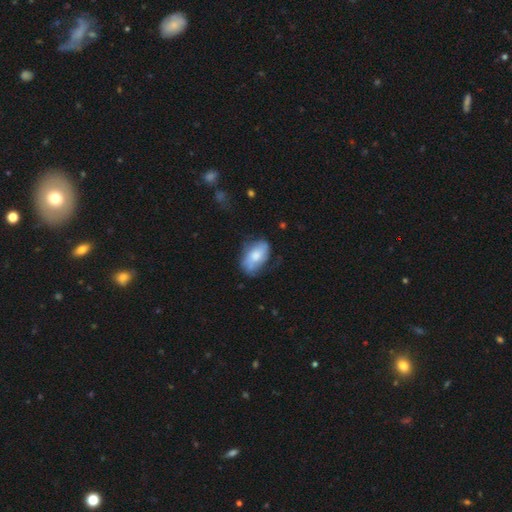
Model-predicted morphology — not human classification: Smooth or featured?
  - smooth: 63% *
  - featured or disk: 31%
  - star or artifact: 7%
How rounded?
  - in between: 92% *
  - round: 6%
  - cigar-shaped: 3%
Merging?
  - none: 58% *
  - minor disturbance: 28%
  - major disturbance: 12%
  - merger: 2%